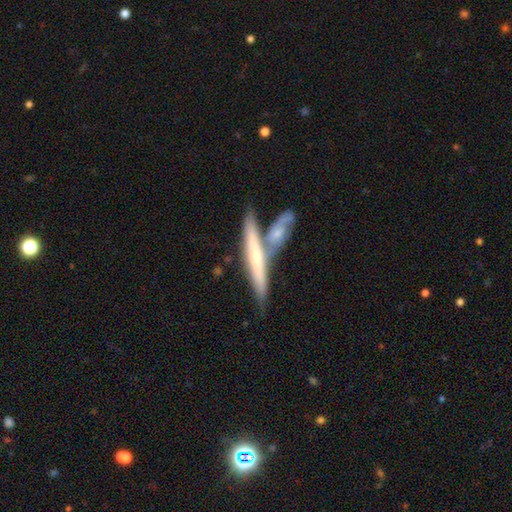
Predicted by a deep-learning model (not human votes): This is possibly a featured or disk galaxy (55%). It is clearly viewed edge-on (87%). Merging: possibly none (49%).